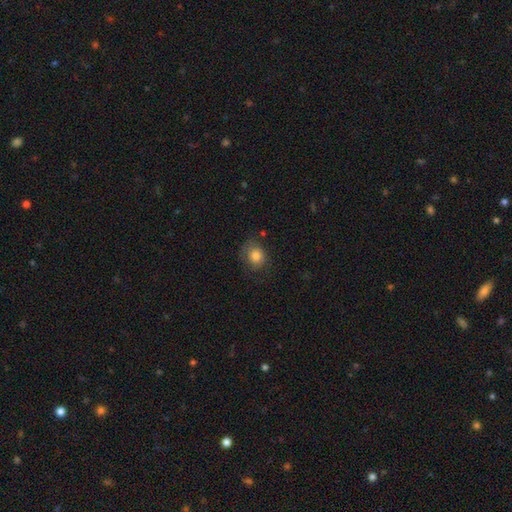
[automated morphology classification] type=smooth (75%); roundness=round (65%); merging=none (64%).